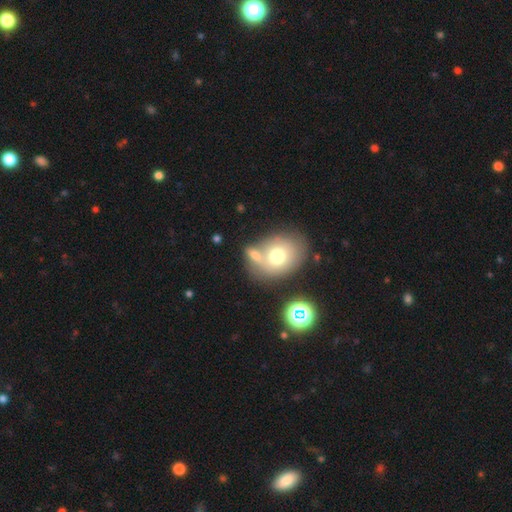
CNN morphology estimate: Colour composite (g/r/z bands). It shows a smooth galaxy with no disk features (69%) that is in between round and cigar-shaped (50%). Merging: none (42%).